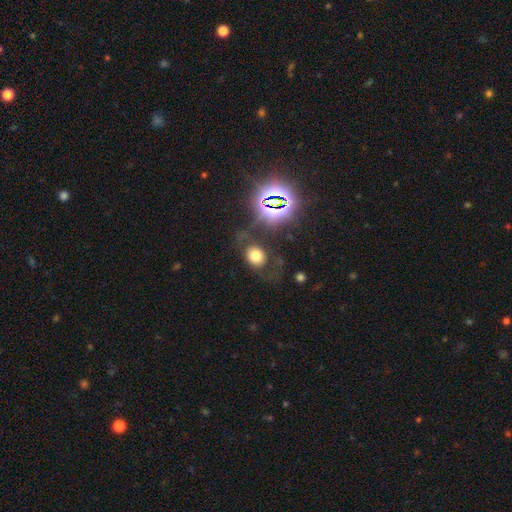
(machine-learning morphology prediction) This appears to be a smooth galaxy with no disk features (63%) that is round (53%). Merging: none (66%).